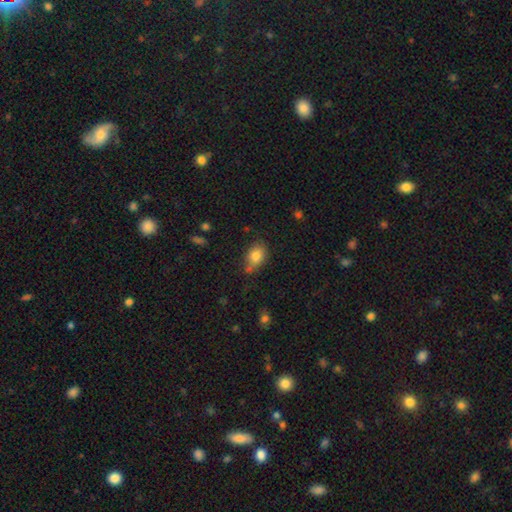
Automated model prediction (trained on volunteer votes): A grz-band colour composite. It shows a smooth galaxy with no disk features (81%) that is in between round and cigar-shaped (68%). Merging: none (61%).